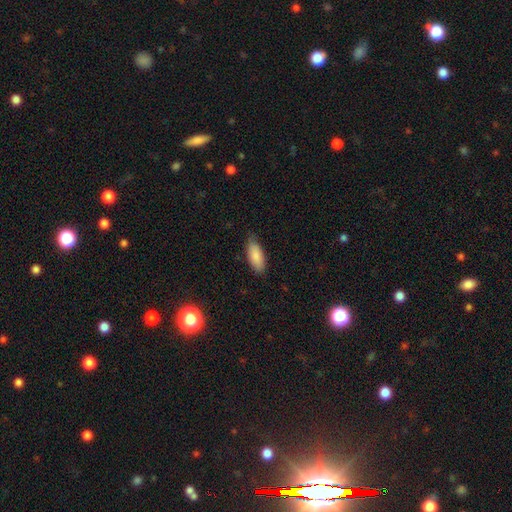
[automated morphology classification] This appears to be a smooth galaxy with no disk features (86%) that is in between round and cigar-shaped (81%). Merging: none (76%).